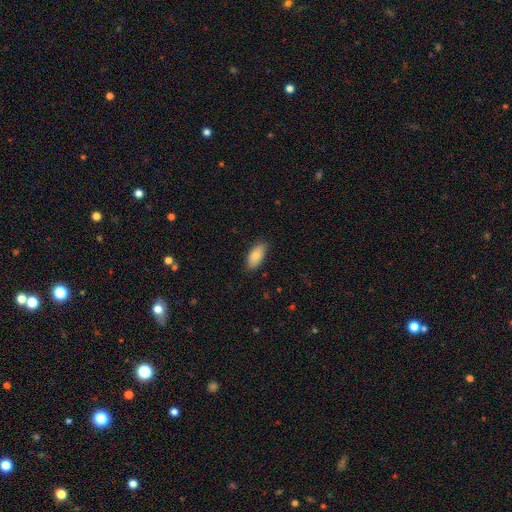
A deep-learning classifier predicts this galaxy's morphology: The model was most divided on "smooth or featured": smooth: 82%, featured or disk: 12%, star or artifact: 6%. More confident: how rounded — in between (90%); merging — none (84%).